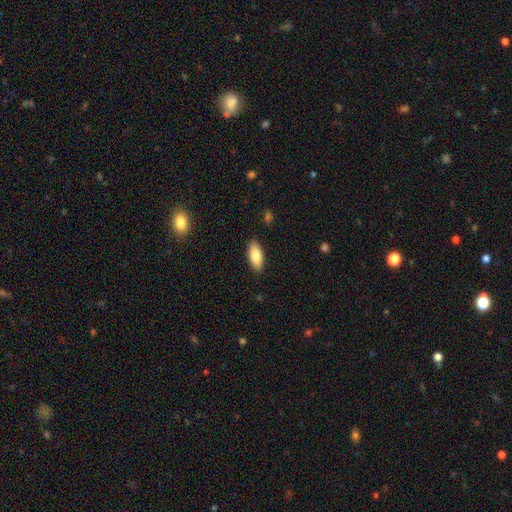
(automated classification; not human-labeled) This appears to be a smooth galaxy with no disk features (83%) that is in between round and cigar-shaped (84%). Merging: none (88%).